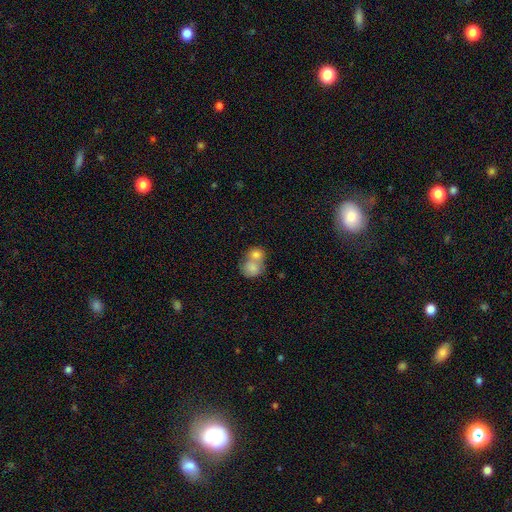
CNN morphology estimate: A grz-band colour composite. It shows a smooth galaxy with no disk features (75%) that is round (69%). Merging: merger (67%).